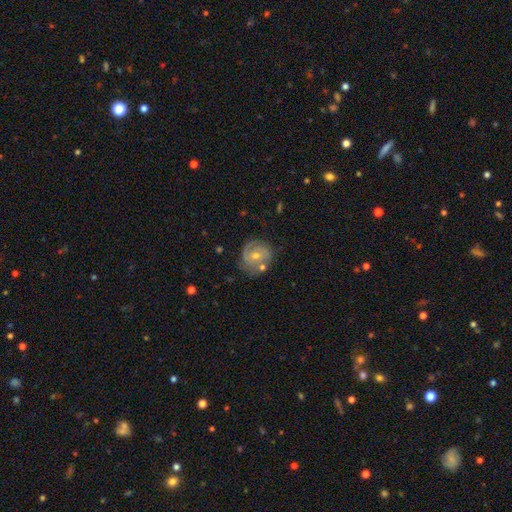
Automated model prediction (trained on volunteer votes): Overall: featured or disk (69%). Edge-on disk: no (97%). Bar: no (61%; weak 32%). Spiral arms: yes (84%). Spiral arm count: 2 (47%; can't tell 27%). Spiral winding: tight (55%; medium 34%). Bulge size: moderate (52%; small 45%). Merging: none (69%).